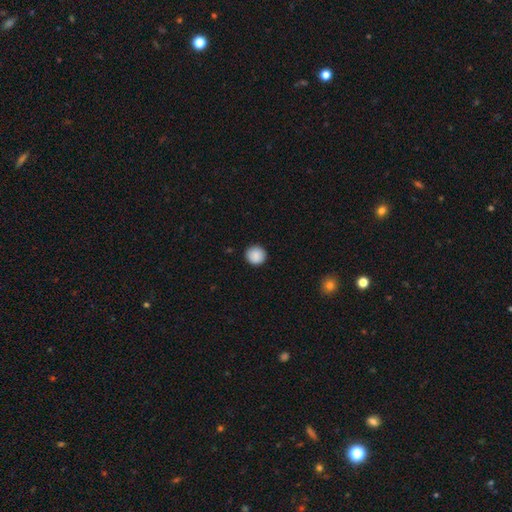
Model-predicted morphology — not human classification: This is clearly a smooth galaxy (89%). How rounded: clearly round (94%). Merging: clearly none (91%).